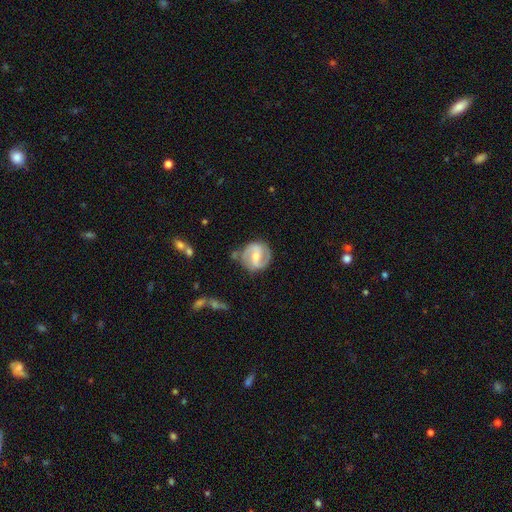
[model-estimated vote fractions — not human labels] This is likely a featured or disk galaxy (76%). It is clearly not viewed edge-on (97%). Bar: possibly weak (46%). Spiral arm pattern: clearly yes (90%). Spiral arm count: clearly 2 (87%). Spiral winding: possibly medium (48%). Central bulge: possibly moderate (50%). Merging: likely none (72%).